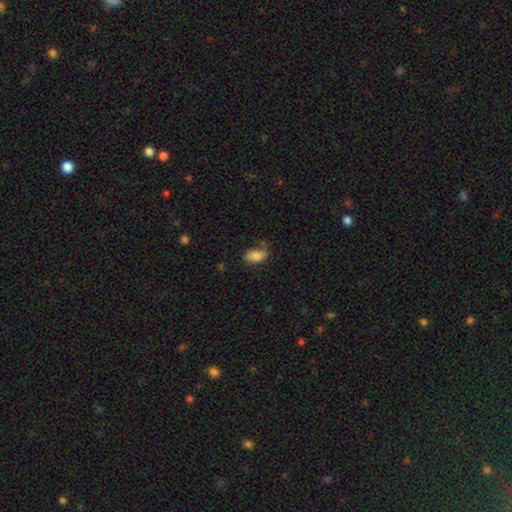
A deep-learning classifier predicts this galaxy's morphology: Q: Smooth or featured?
A: smooth (79%); runner-up: featured or disk (13%)
Q: How rounded?
A: in between (91%); runner-up: round (5%)
Q: Merging?
A: none (63%); runner-up: minor disturbance (25%)